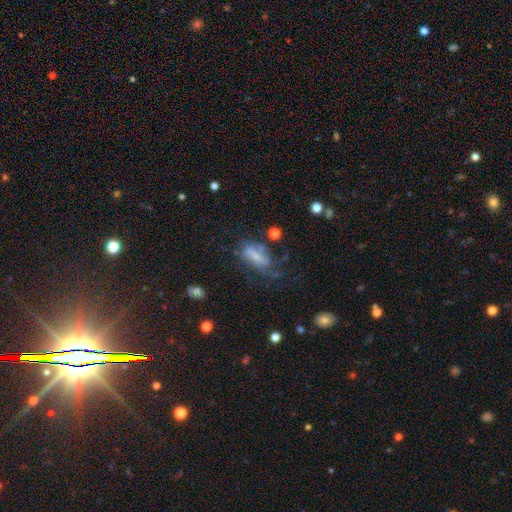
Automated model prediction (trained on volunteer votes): smooth 52%, featured or disk 36%, star or artifact 12%. Down the decision tree: how rounded — in between (75%); merging — none (38%).